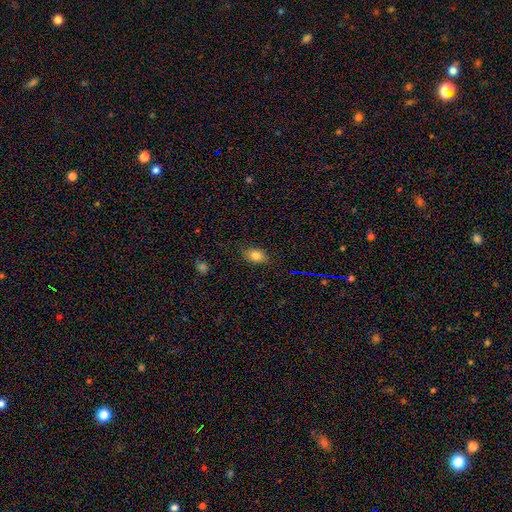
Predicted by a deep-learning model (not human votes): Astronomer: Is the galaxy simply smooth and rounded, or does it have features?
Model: smooth — 80%.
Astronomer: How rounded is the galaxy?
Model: in between — 78%.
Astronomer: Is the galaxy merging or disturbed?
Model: none — 80%.